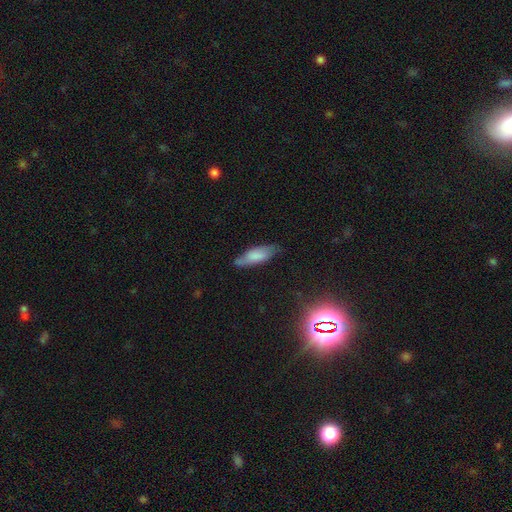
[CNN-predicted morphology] Smooth or featured? smooth (73%)
How rounded? in between (60%)
Merging? none (67%)